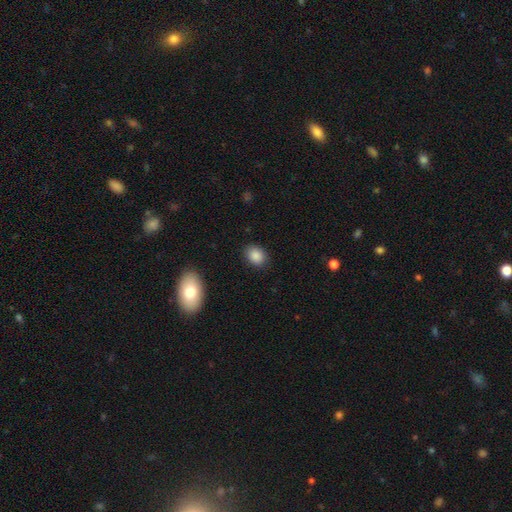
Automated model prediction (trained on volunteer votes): Smooth or featured: smooth — 87% (star or artifact — 9%)
How rounded: in between — 60% (round — 39%)
Merging: none — 87% (minor disturbance — 10%)